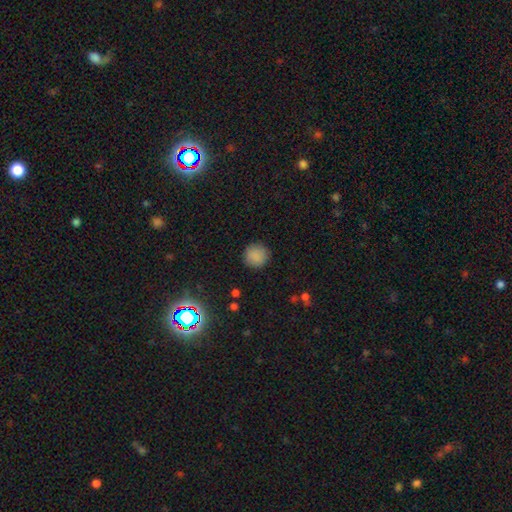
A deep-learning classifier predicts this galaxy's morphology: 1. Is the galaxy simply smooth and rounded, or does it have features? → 86% smooth, 10% star or artifact, 3% featured or disk.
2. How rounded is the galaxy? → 94% round, 5% in between, 1% cigar-shaped.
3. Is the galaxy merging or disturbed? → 90% none, 7% minor disturbance, 2% major disturbance, 1% merger.